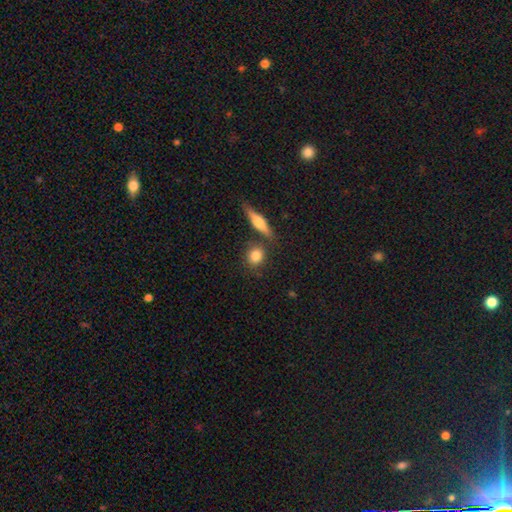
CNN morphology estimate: Smooth or featured: smooth — 81% (featured or disk — 11%)
How rounded: round — 68% (in between — 26%)
Merging: none — 73% (merger — 13%)